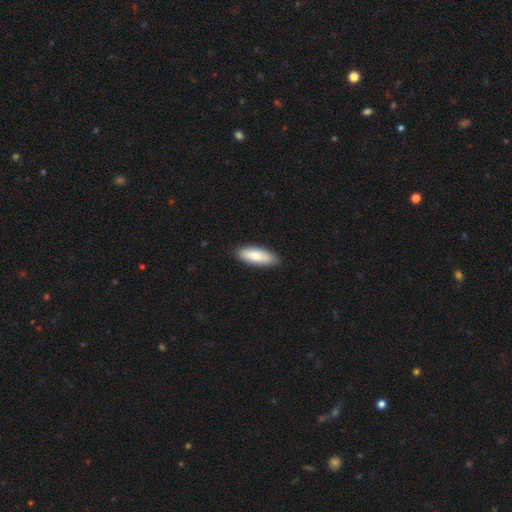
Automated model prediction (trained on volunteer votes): Overall: smooth (82%). How rounded: in between (67%; cigar-shaped 32%). Merging: none (89%).